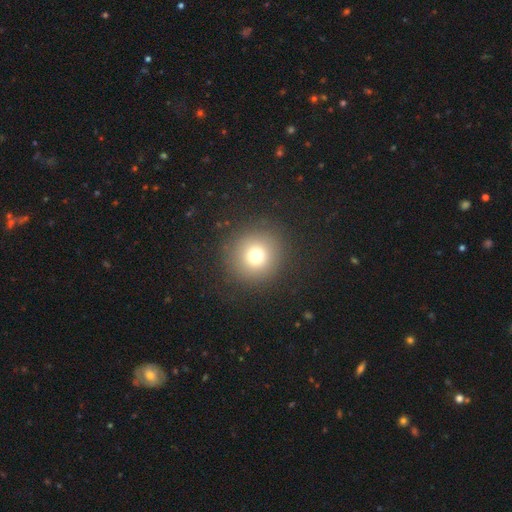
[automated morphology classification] smooth-or-featured: smooth: 74% | star or artifact: 16% | featured or disk: 10%
  how-rounded: round: 94% | in between: 5% | cigar-shaped: 1%
  merging: none: 89% | minor disturbance: 6% | major disturbance: 4% | merger: 1%